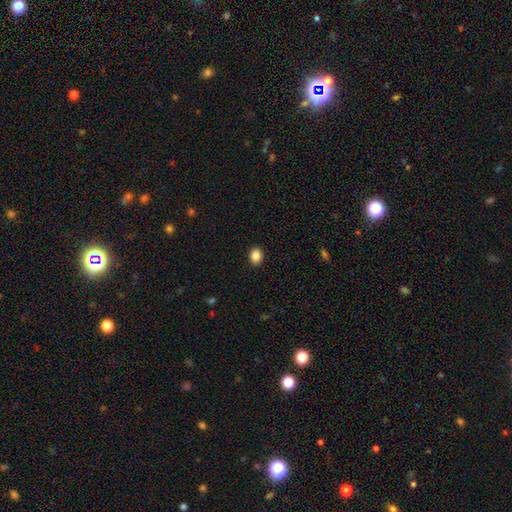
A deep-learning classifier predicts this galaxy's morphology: Smooth or featured: smooth — 87% (star or artifact — 9%)
How rounded: in between — 55% (round — 44%)
Merging: none — 91% (minor disturbance — 6%)